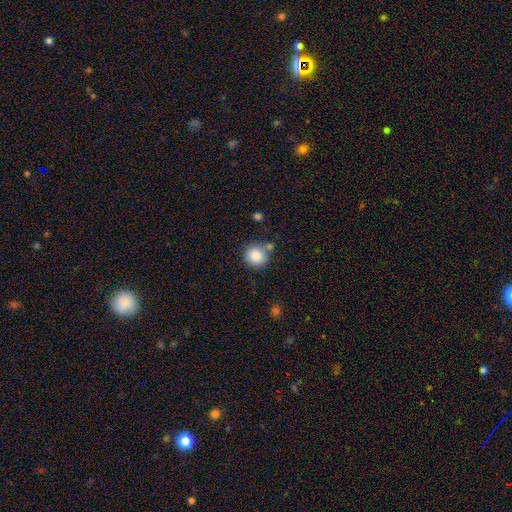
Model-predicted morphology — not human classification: The model was most divided on "merging": none: 71%, minor disturbance: 13%, merger: 12%, major disturbance: 4%. More confident: how rounded — round (88%); smooth or featured — smooth (85%).